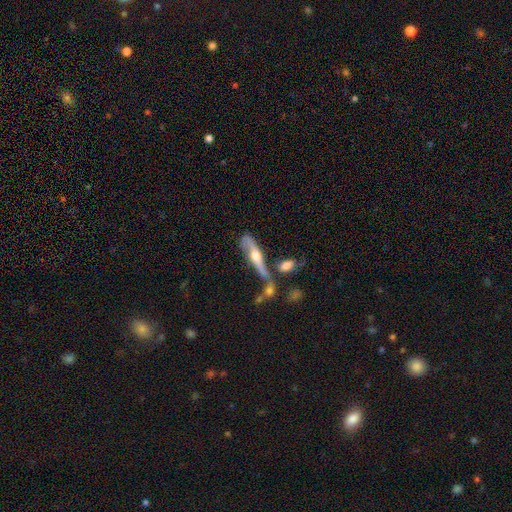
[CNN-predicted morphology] A featured or disk galaxy (72%) viewed edge-on (77%) with a rounded central bulge (92%). Merging: none (41%).